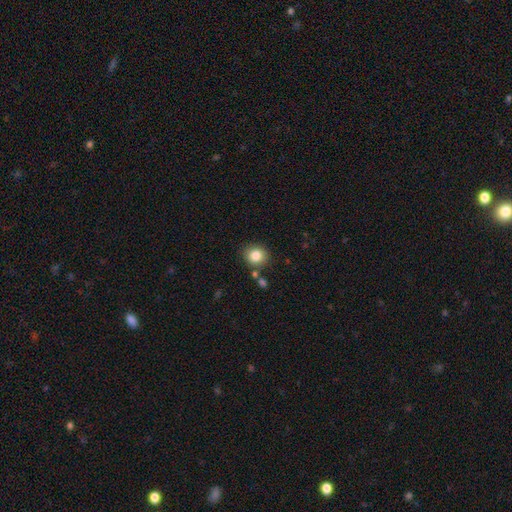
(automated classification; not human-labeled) Smooth or featured? smooth (83%)
How rounded? round (82%)
Merging? none (81%)